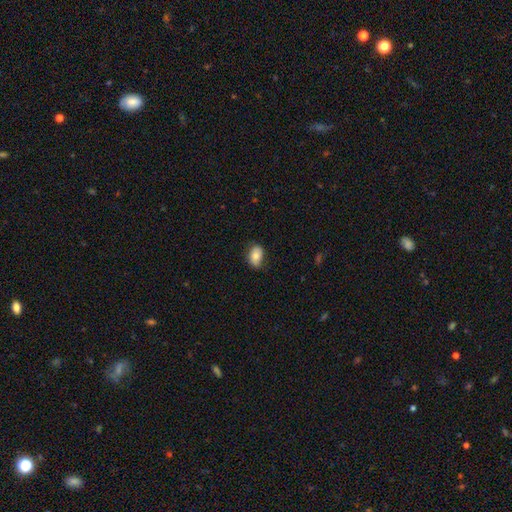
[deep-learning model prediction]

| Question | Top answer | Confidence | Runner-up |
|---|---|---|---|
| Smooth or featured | smooth | 77% | featured or disk (16%) |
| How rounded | in between | 85% | round (14%) |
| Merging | none | 74% | minor disturbance (21%) |